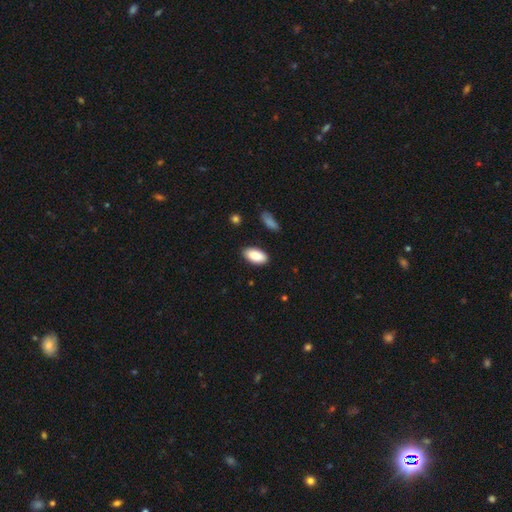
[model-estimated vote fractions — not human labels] smooth 90%, star or artifact 6%, featured or disk 4%. Down the decision tree: how rounded — in between (94%); merging — none (86%).